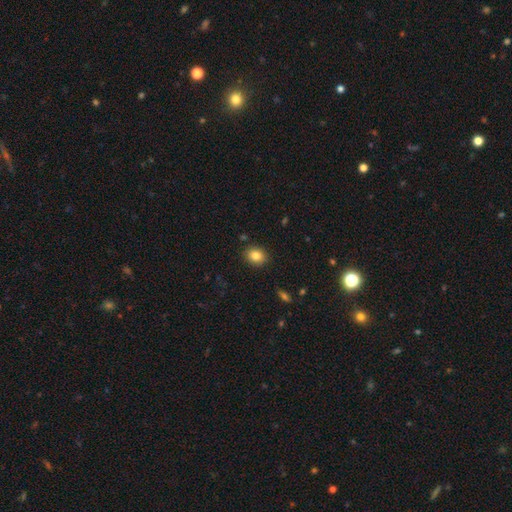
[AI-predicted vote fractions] This appears to be a smooth galaxy with no disk features (83%) that is round (54%). Merging: none (88%).